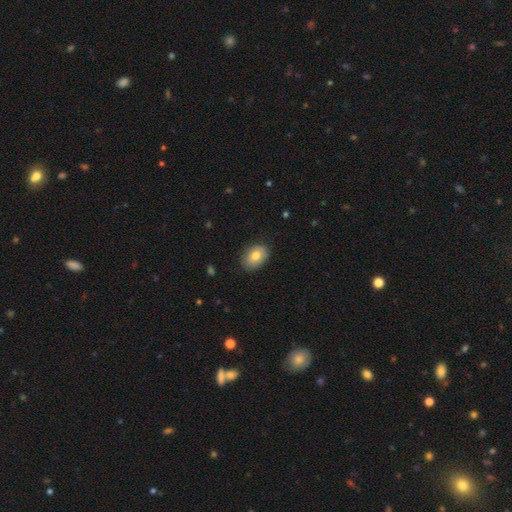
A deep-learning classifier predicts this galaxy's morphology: smooth-or-featured: smooth: 77% | featured or disk: 16% | star or artifact: 8%
  how-rounded: in between: 80% | round: 19% | cigar-shaped: 1%
  merging: none: 83% | minor disturbance: 14% | major disturbance: 3% | merger: 1%